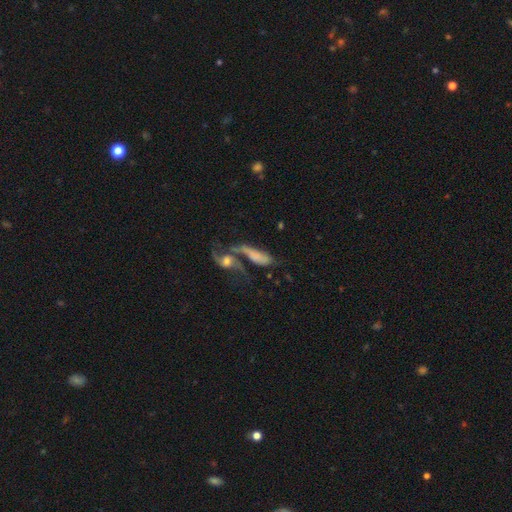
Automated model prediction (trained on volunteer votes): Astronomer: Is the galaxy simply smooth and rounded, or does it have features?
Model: featured or disk — 47% (runner-up: smooth, 42%).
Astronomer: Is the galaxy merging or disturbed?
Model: merger — 62%.